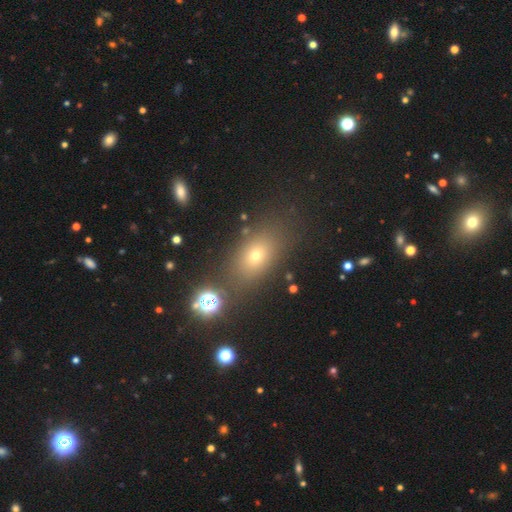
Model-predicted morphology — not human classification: Smooth or featured?
  - smooth: 64% *
  - star or artifact: 21%
  - featured or disk: 14%
How rounded?
  - in between: 71% *
  - round: 25%
  - cigar-shaped: 4%
Merging?
  - none: 79% *
  - minor disturbance: 11%
  - major disturbance: 5%
  - merger: 5%